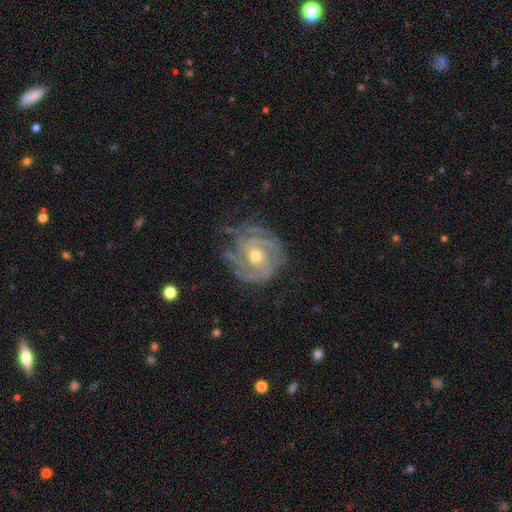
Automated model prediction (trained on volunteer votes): The model was most divided on "spiral arm count": 3: 32%, can't tell: 20%, 4: 18%, 2: 16%, more than 4: 7%, 1: 6%. More confident: spiral arms — yes (97%); edge-on disk — no (97%); smooth or featured — featured or disk (90%); merging — none (73%); spiral winding — tight (72%); bar — no (68%); bulge size — moderate (60%).